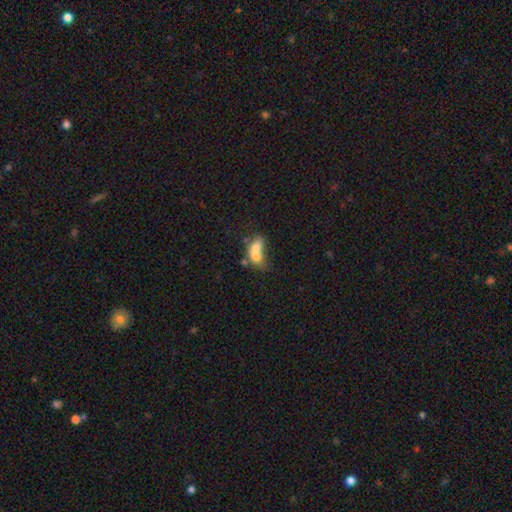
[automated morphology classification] The model was most divided on "smooth or featured": smooth: 66%, featured or disk: 24%, star or artifact: 10%. More confident: how rounded — in between (74%); merging — merger (65%).